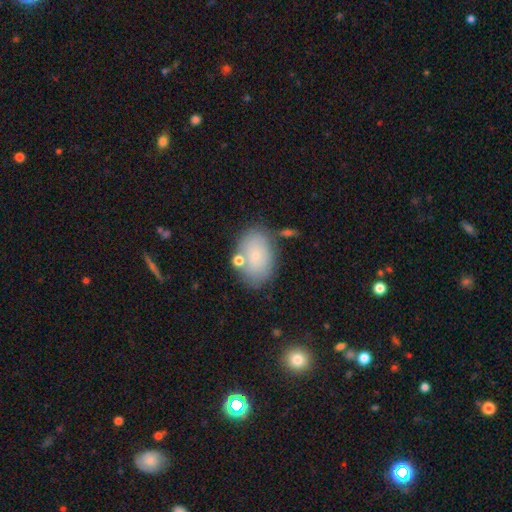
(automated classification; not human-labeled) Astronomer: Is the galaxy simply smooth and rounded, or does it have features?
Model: smooth — 75%.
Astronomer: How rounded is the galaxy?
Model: in between — 86%.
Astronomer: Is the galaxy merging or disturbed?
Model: none — 71%.